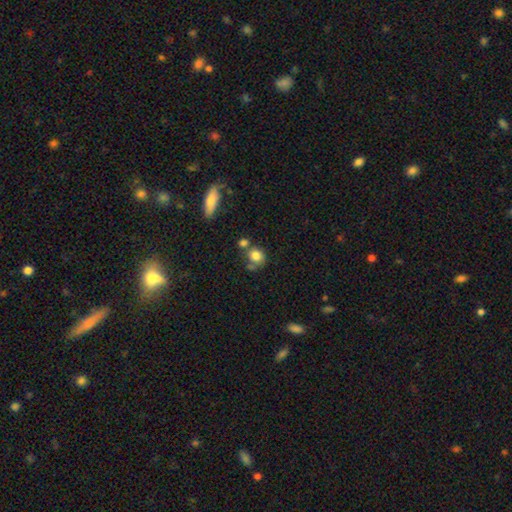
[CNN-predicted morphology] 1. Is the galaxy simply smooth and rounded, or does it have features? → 81% smooth, 10% star or artifact, 9% featured or disk.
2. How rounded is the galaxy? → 73% round, 26% in between, 1% cigar-shaped.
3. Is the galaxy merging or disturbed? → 53% none, 26% merger, 15% minor disturbance, 6% major disturbance.